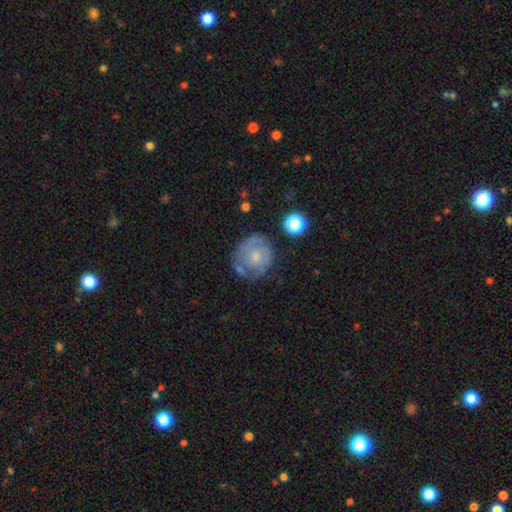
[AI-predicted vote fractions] A featured or disk galaxy (51%).

Vote fractions:
- Smooth or featured? featured or disk: 51% / smooth: 42% / star or artifact: 8%
- Edge-on disk? no: 97% / yes: 3%
- Merging? none: 58% / minor disturbance: 24% / major disturbance: 11% / merger: 7%